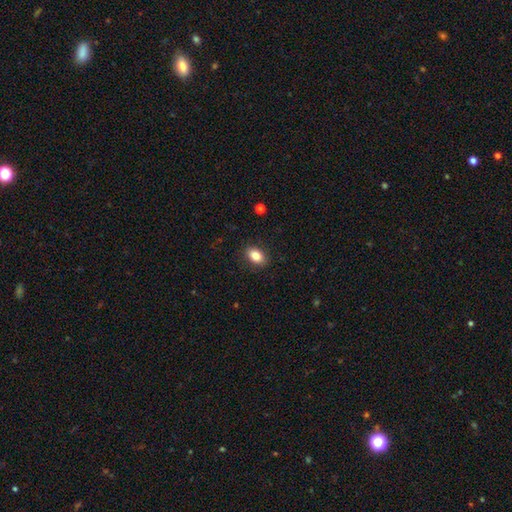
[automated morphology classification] smooth_or_featured: smooth (p=0.85) [alt: star or artifact p=0.09]
how_rounded: in between (p=0.83) [alt: round p=0.16]
merging: none (p=0.88) [alt: minor disturbance p=0.08]